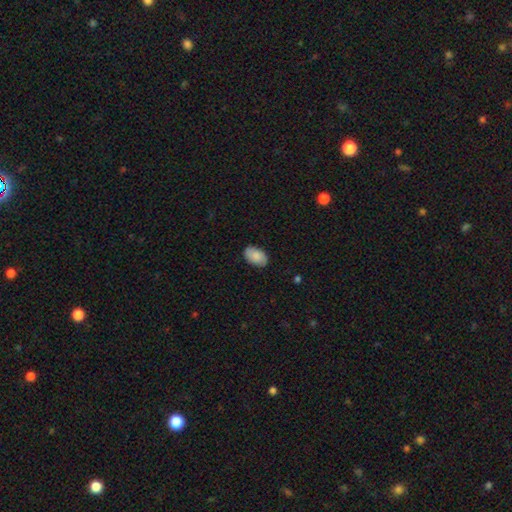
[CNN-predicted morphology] Q: Smooth or featured?
A: smooth (86%); runner-up: featured or disk (8%)
Q: How rounded?
A: in between (93%); runner-up: round (6%)
Q: Merging?
A: none (86%); runner-up: minor disturbance (11%)